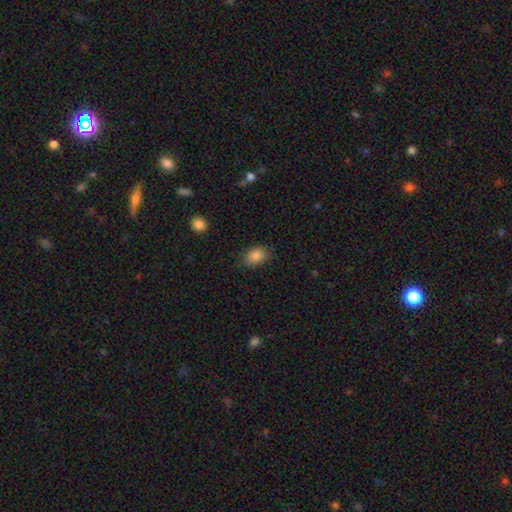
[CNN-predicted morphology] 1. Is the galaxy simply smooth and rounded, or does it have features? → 86% smooth, 9% star or artifact, 5% featured or disk.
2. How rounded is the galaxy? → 78% in between, 21% round, 1% cigar-shaped.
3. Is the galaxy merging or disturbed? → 83% none, 13% minor disturbance, 3% major disturbance, 1% merger.